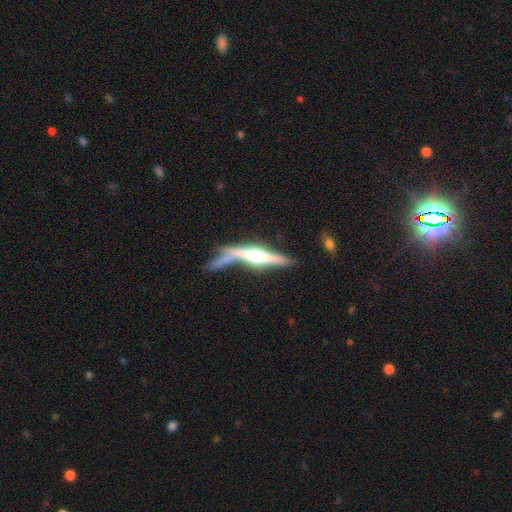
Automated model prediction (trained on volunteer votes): Overall: featured or disk (72%). Edge-on disk: yes (95%). Edge-on bulge: rounded (86%). Merging: none (51%; merger 20%).